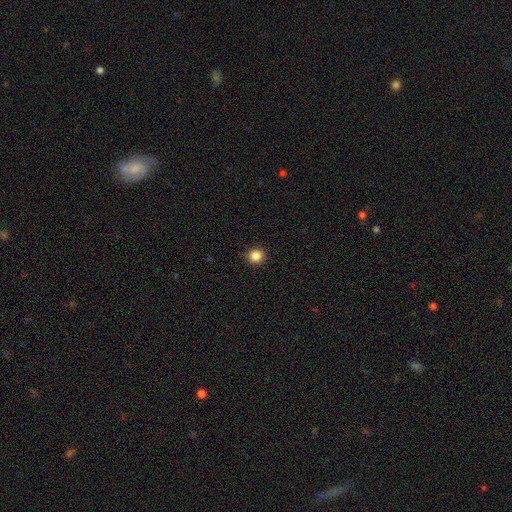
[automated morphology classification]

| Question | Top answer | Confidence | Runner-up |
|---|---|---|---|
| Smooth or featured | smooth | 86% | star or artifact (11%) |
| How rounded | round | 90% | in between (9%) |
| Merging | none | 89% | minor disturbance (8%) |